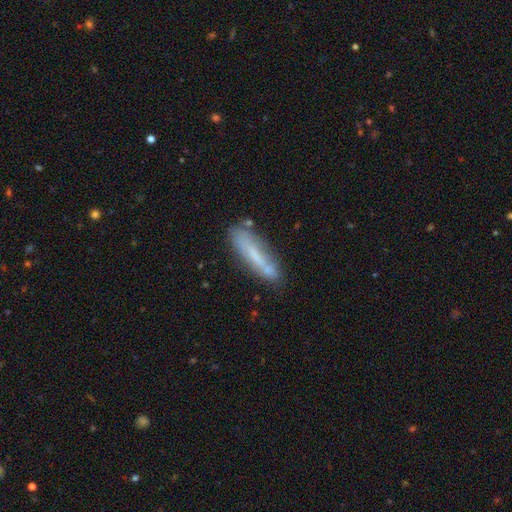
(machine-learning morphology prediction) smooth 53%, featured or disk 36%, star or artifact 10%. Down the decision tree: how rounded — cigar-shaped (85%); merging — none (74%).